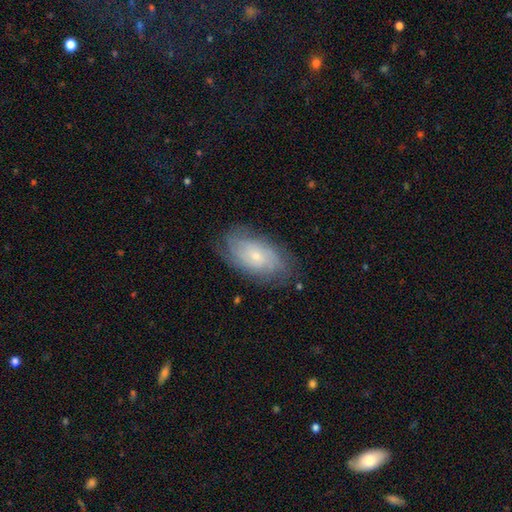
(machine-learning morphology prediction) The model was most divided on "spiral winding": tight: 62%, medium: 28%, loose: 10%. More confident: edge-on disk — no (93%); spiral arms — yes (89%); merging — none (77%); bar — no (76%); bulge size — small (71%); smooth or featured — featured or disk (65%); spiral arm count — can't tell (53%).